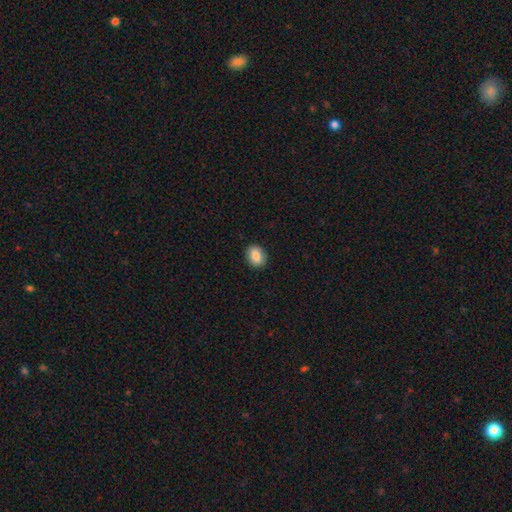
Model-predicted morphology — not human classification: Smooth or featured: smooth — 86% (star or artifact — 8%)
How rounded: in between — 60% (round — 39%)
Merging: none — 89% (minor disturbance — 8%)